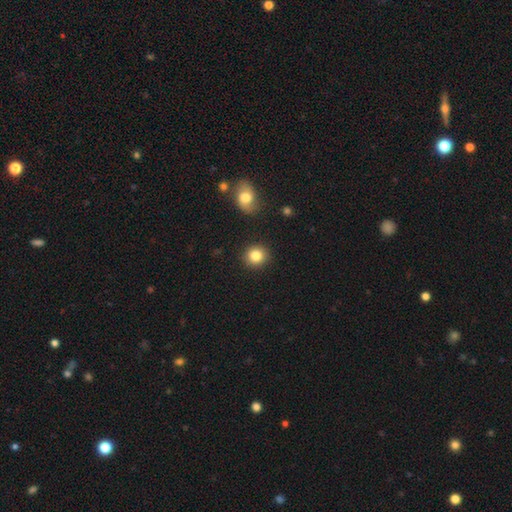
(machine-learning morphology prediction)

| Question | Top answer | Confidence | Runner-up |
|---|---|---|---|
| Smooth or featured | smooth | 84% | star or artifact (10%) |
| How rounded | round | 87% | in between (12%) |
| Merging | none | 90% | minor disturbance (6%) |